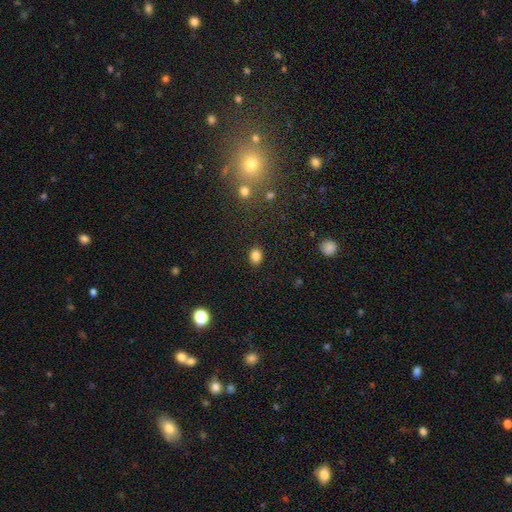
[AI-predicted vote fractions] A smooth galaxy with no disk features (83%) that is in between round and cigar-shaped (58%).

Vote fractions:
- Smooth or featured? smooth: 83% / star or artifact: 11% / featured or disk: 6%
- How rounded? in between: 58% / round: 41% / cigar-shaped: 1%
- Merging? none: 88% / minor disturbance: 8% / major disturbance: 2% / merger: 1%